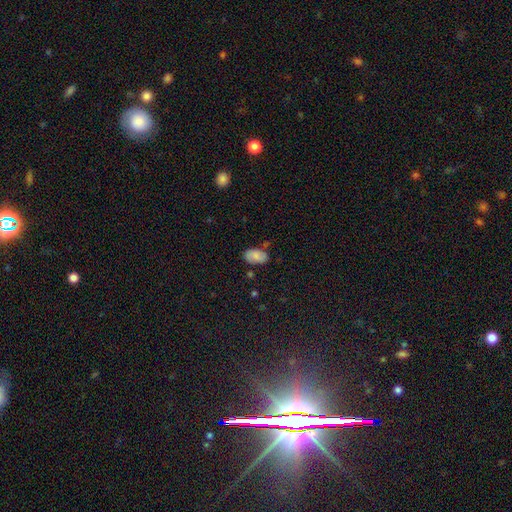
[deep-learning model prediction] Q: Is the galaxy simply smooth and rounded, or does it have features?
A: smooth — 75%.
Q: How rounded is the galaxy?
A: in between — 93%.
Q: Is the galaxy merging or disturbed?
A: none — 70%.